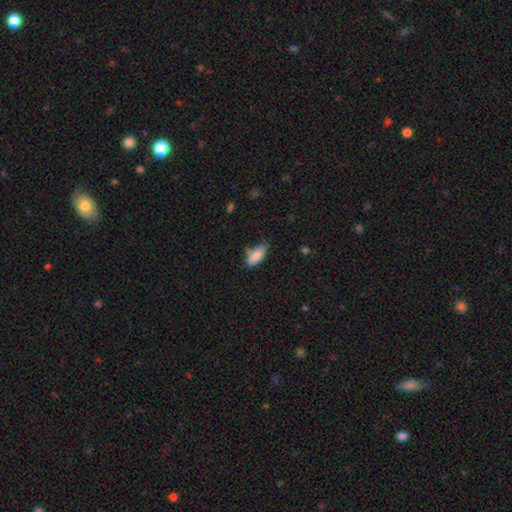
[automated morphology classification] Q: Smooth or featured?
A: smooth (86%); runner-up: star or artifact (7%)
Q: How rounded?
A: in between (77%); runner-up: cigar-shaped (21%)
Q: Merging?
A: none (59%); runner-up: minor disturbance (29%)